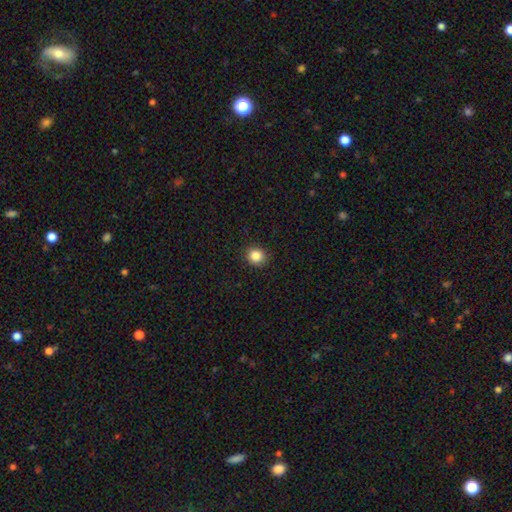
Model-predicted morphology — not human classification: A smooth galaxy with no disk features (86%) that is round (85%). Merging: none (91%).